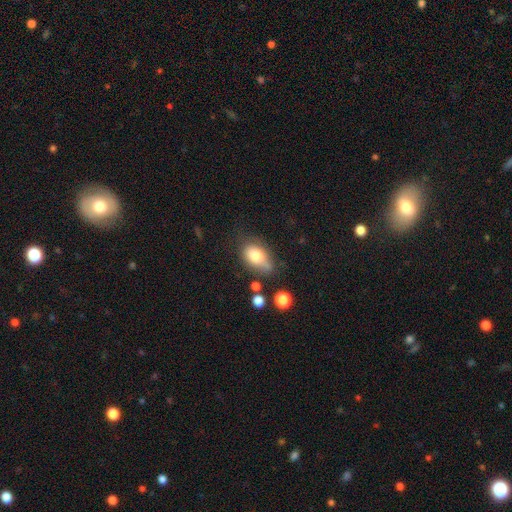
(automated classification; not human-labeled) Smooth or featured? Predicted: smooth (p=0.76). How rounded? Predicted: in between (p=0.81). Merging? Predicted: none (p=0.48).